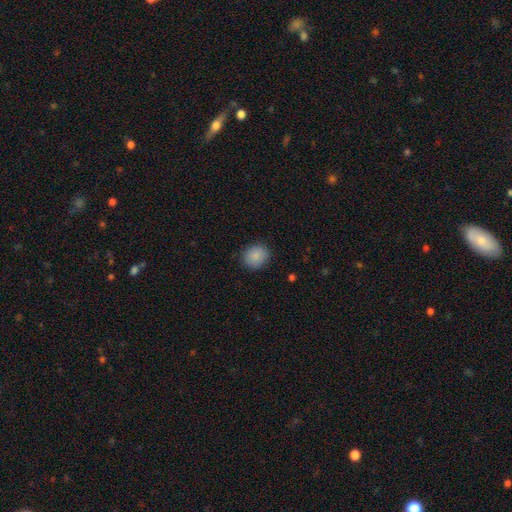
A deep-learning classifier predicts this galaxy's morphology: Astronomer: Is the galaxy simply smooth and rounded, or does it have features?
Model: smooth — 88%.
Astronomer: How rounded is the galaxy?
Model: round — 69%.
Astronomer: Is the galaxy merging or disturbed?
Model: none — 87%.